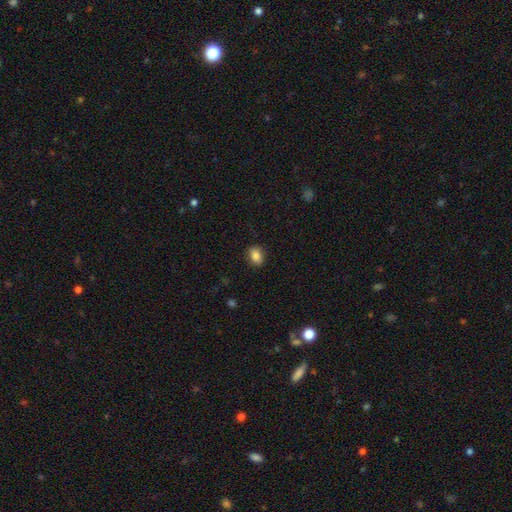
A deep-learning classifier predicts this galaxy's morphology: A smooth galaxy with no disk features (86%) that is in between round and cigar-shaped (66%).

Vote fractions:
- Smooth or featured? smooth: 86% / star or artifact: 9% / featured or disk: 5%
- How rounded? in between: 66% / round: 33% / cigar-shaped: 1%
- Merging? none: 87% / minor disturbance: 10% / major disturbance: 2% / merger: 1%